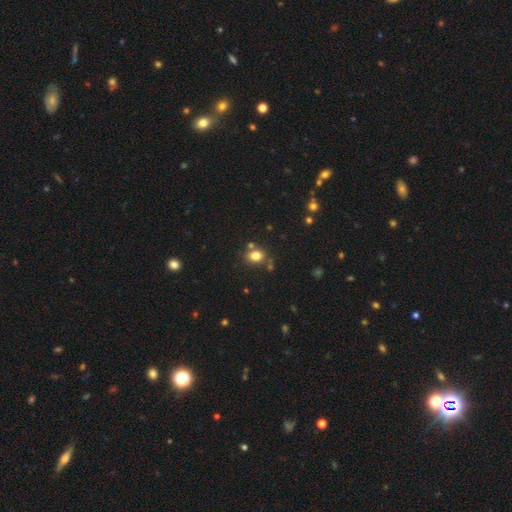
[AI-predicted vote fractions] A smooth galaxy with no disk features (79%) that is in between round and cigar-shaped (55%). Merging: none (68%).